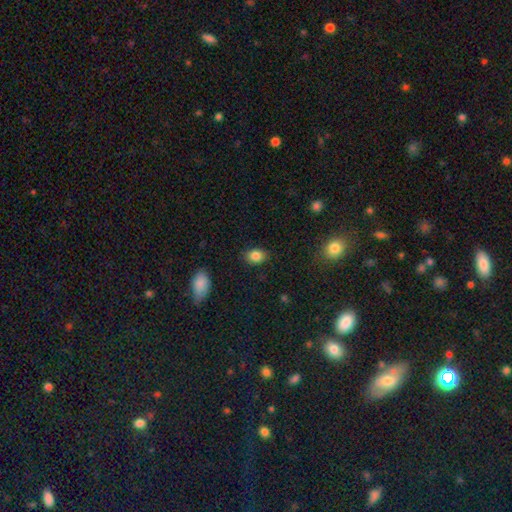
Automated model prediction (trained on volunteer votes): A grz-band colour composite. It shows a smooth galaxy with no disk features (84%) that is in between round and cigar-shaped (67%). Merging: none (86%).